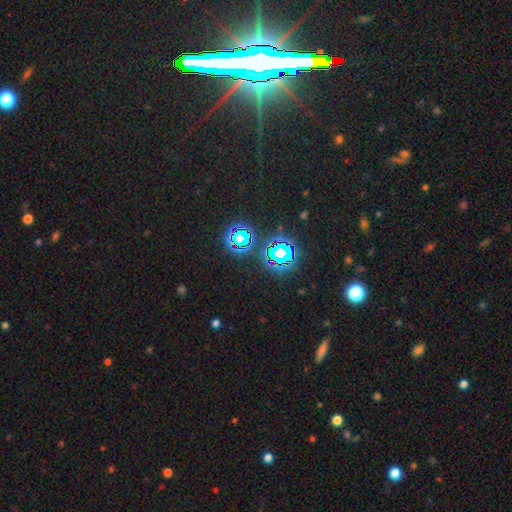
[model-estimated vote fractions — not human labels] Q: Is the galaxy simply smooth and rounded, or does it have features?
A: star or artifact — 80%.